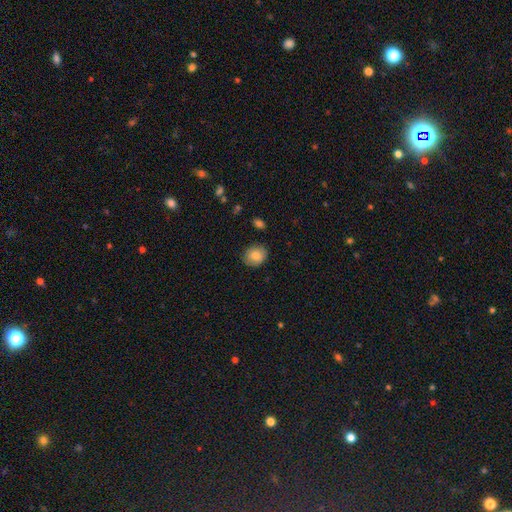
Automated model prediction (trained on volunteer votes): This is clearly a smooth galaxy (84%). How rounded: likely round (62%). Merging: clearly none (83%).